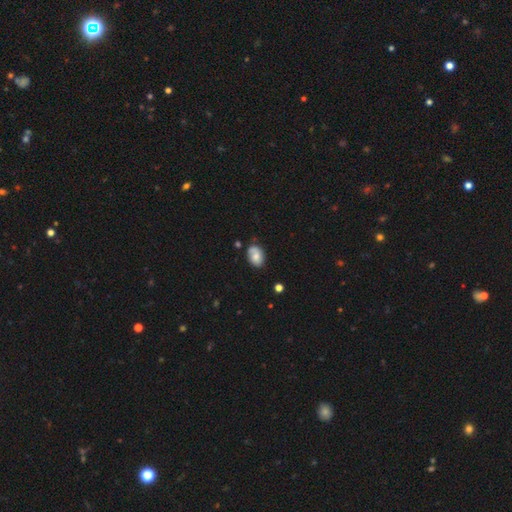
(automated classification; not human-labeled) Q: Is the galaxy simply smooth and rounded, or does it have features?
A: smooth — 61%.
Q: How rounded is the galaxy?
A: in between — 79%.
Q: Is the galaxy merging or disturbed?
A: none — 63%.